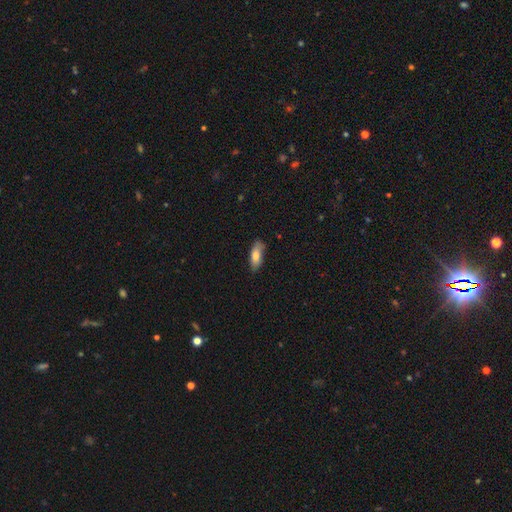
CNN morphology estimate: type=smooth (76%); roundness=in between (72%); merging=none (78%).